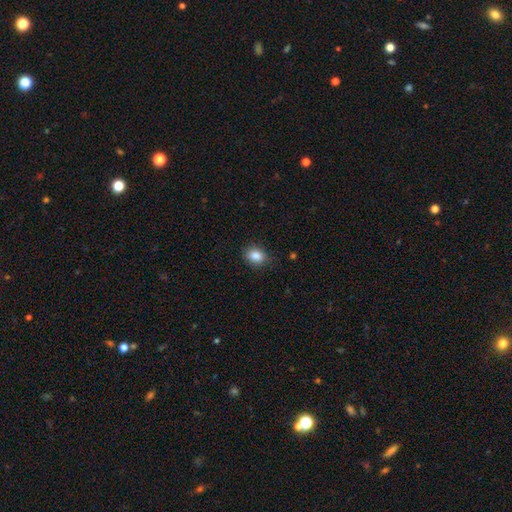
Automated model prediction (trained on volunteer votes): Overall: smooth (86%). How rounded: in between (56%; round 43%). Merging: none (84%).